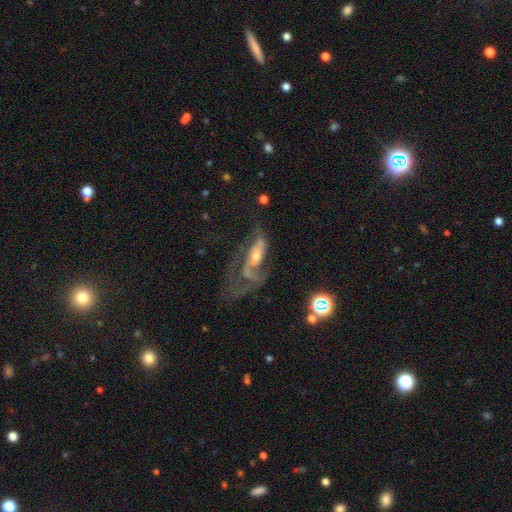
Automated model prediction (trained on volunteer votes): This is likely a featured or disk galaxy (78%). It is clearly not viewed edge-on (91%). Bar: possibly no (58%). Spiral arm pattern: clearly yes (84%). Spiral arm count: possibly 2 (46%). Spiral winding: marginally medium (43%). Central bulge: possibly small (53%). Merging: possibly major disturbance (47%).